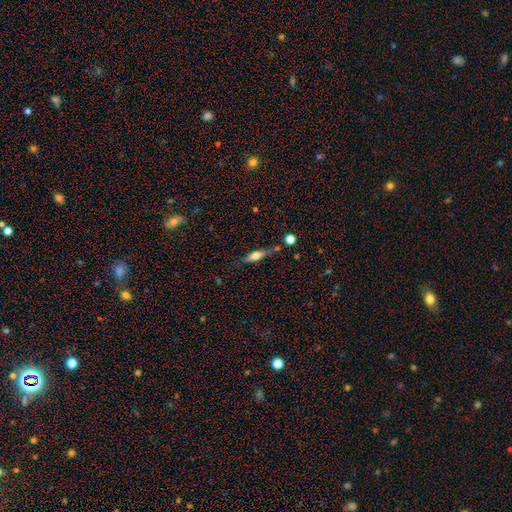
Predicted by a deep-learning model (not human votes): Q: Smooth or featured?
A: featured or disk (47%); runner-up: smooth (45%)
Q: Merging?
A: none (72%); runner-up: minor disturbance (17%)